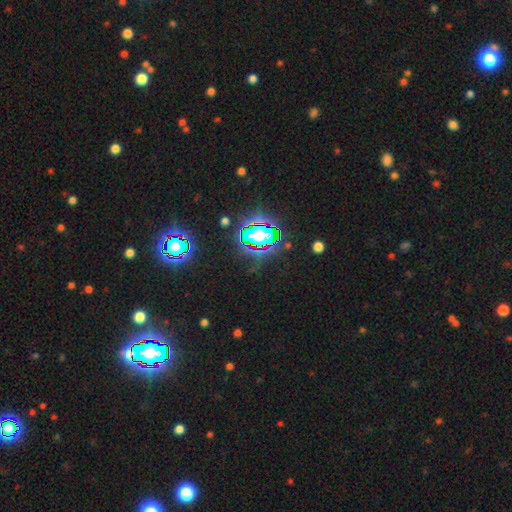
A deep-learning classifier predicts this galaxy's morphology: Smooth or featured: star or artifact — 81% (smooth — 11%)